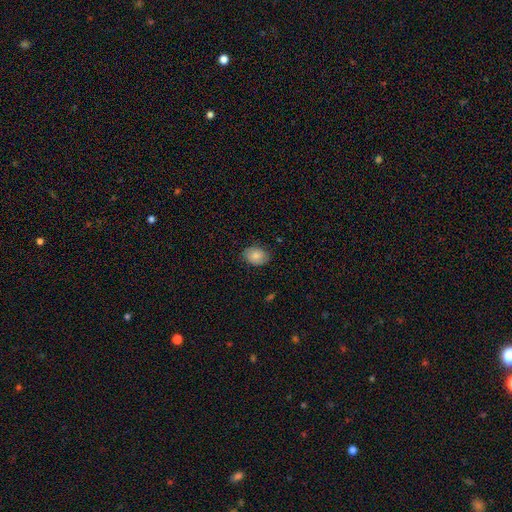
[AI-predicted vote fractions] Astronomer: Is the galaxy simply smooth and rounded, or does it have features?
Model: smooth — 80%.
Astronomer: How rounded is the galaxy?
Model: in between — 68%.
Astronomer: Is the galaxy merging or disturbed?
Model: none — 81%.